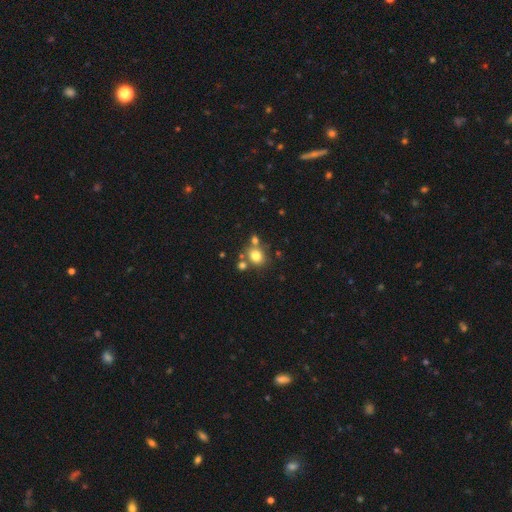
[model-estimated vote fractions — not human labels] smooth_or_featured: smooth (p=0.76) [alt: star or artifact p=0.13]
how_rounded: round (p=0.72) [alt: in between p=0.27]
merging: none (p=0.63) [alt: merger p=0.21]